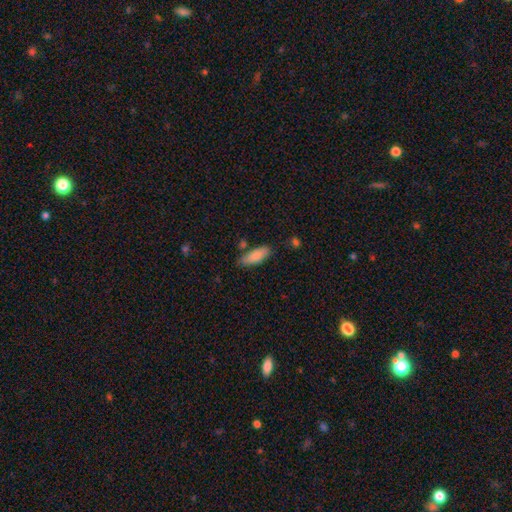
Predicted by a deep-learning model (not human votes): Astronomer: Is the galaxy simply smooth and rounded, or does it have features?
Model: smooth — 85%.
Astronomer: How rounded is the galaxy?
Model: in between — 66%.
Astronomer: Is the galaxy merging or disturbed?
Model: none — 72%.